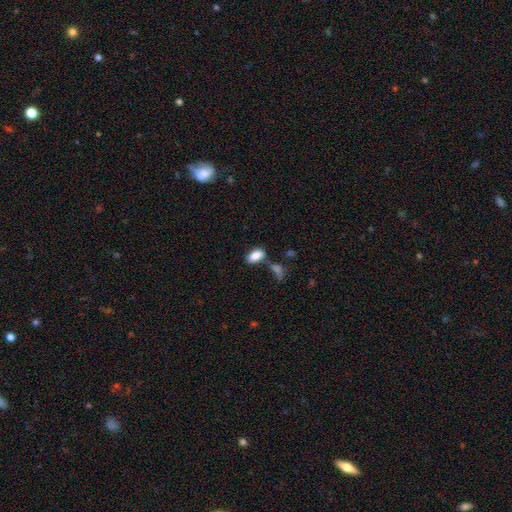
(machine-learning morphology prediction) Smooth or featured?
  - smooth: 84% *
  - featured or disk: 8%
  - star or artifact: 8%
How rounded?
  - in between: 91% *
  - cigar-shaped: 5%
  - round: 3%
Merging?
  - none: 58% *
  - merger: 18%
  - minor disturbance: 17%
  - major disturbance: 7%